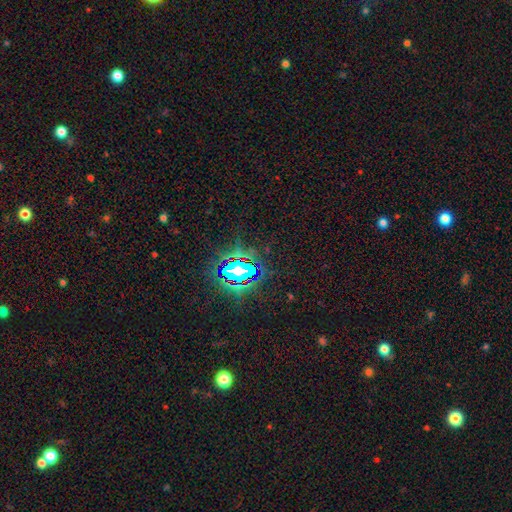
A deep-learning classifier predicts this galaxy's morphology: smooth_or_featured: star or artifact (p=0.82) [alt: smooth p=0.11]